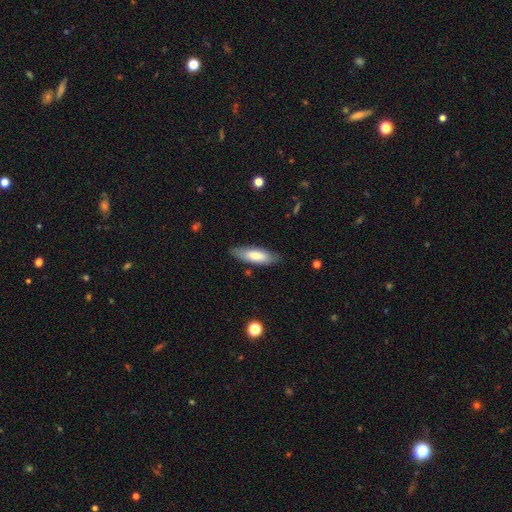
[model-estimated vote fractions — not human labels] Overall: smooth (71%). How rounded: in between (56%; cigar-shaped 42%). Merging: none (83%).